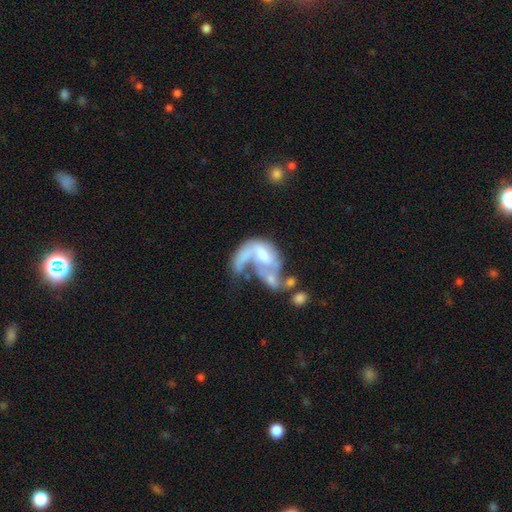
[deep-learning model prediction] This appears to be a featured or disk galaxy (67%) with no bar (64%), spiral arms (54%) and a moderate central bulge (46%). Merging: merger (49%).